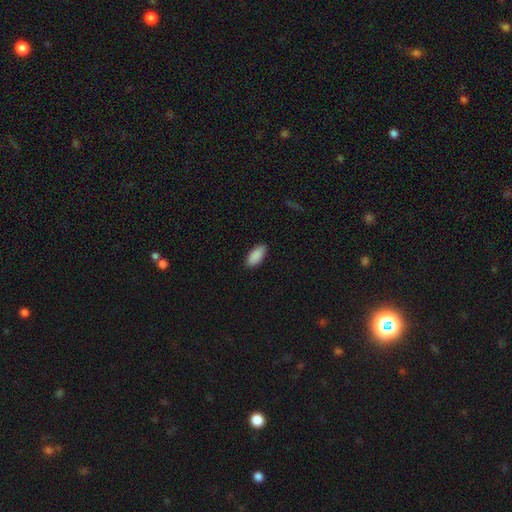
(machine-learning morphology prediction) Q: Smooth or featured?
A: smooth (90%); runner-up: star or artifact (6%)
Q: How rounded?
A: in between (90%); runner-up: cigar-shaped (8%)
Q: Merging?
A: none (87%); runner-up: minor disturbance (10%)